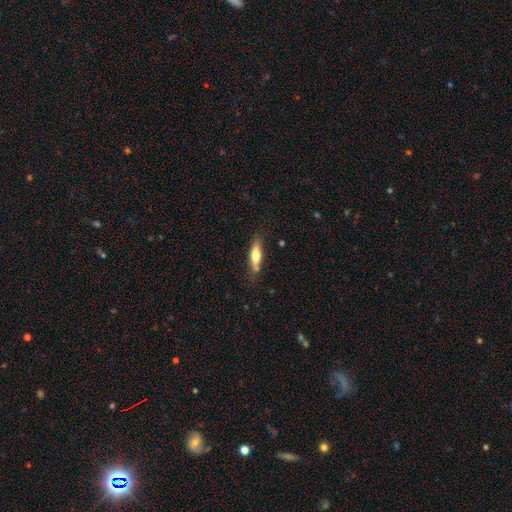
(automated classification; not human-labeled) Smooth or featured: smooth — 57% (featured or disk — 36%)
How rounded: cigar-shaped — 65% (in between — 32%)
Merging: none — 73% (minor disturbance — 18%)